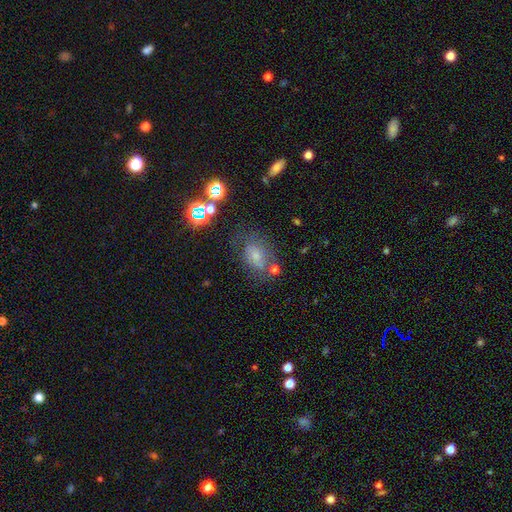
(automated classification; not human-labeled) Morphology: type=smooth (40%); merging=none (62%).